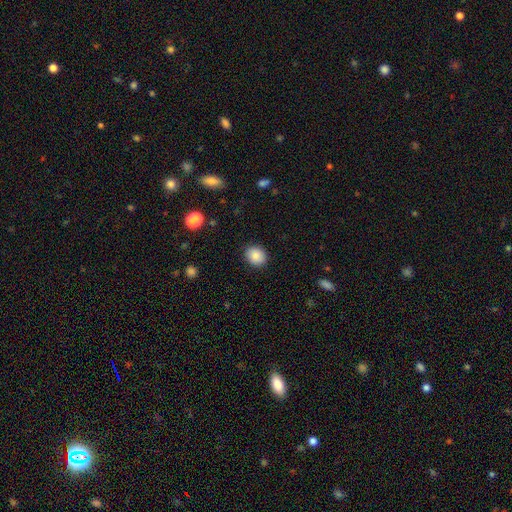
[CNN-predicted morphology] smooth_or_featured: smooth (p=0.85) [alt: star or artifact p=0.09]
how_rounded: round (p=0.63) [alt: in between p=0.36]
merging: none (p=0.89) [alt: minor disturbance p=0.08]